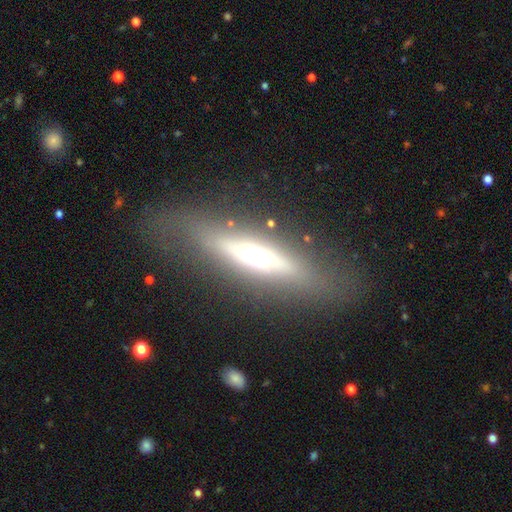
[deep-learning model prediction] Morphology: type=featured or disk (59%); edge-on=yes (76%); merging=none (75%).